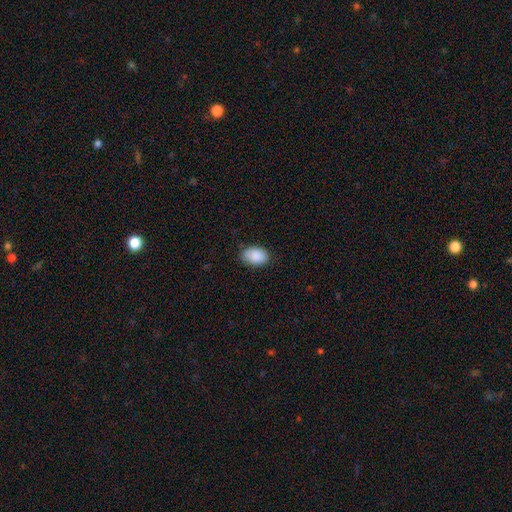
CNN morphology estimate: Smooth or featured? Predicted: smooth (p=0.89). How rounded? Predicted: in between (p=0.88). Merging? Predicted: none (p=0.80).